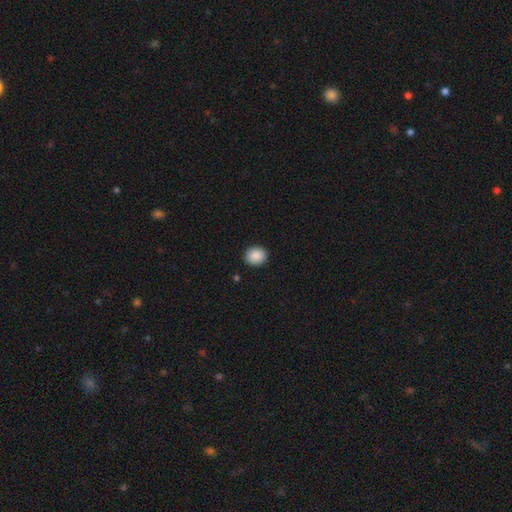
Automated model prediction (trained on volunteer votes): smooth_or_featured: smooth (p=0.89) [alt: star or artifact p=0.08]
how_rounded: round (p=0.77) [alt: in between p=0.22]
merging: none (p=0.91) [alt: minor disturbance p=0.06]